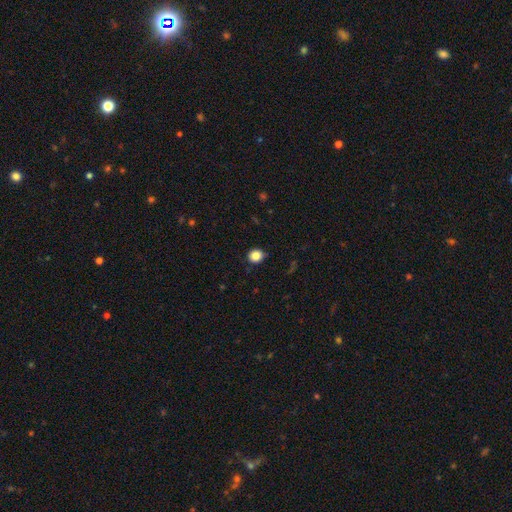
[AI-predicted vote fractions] Morphology: type=smooth (85%); roundness=round (76%); merging=none (85%).